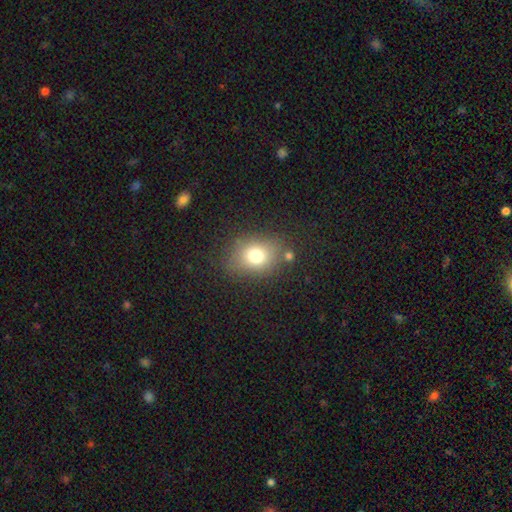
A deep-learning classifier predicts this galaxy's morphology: Smooth or featured? Predicted: smooth (p=0.75). How rounded? Predicted: round (p=0.52). Merging? Predicted: none (p=0.75).